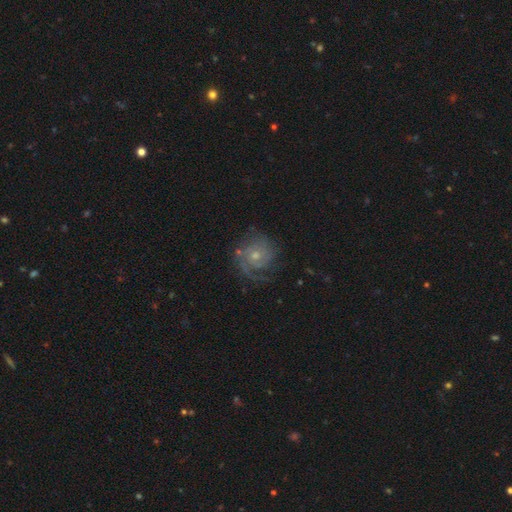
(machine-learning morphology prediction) Smooth or featured?
  - featured or disk: 80% *
  - smooth: 13%
  - star or artifact: 7%
Edge-on disk?
  - no: 98% *
  - yes: 2%
Bar?
  - no: 74% *
  - weak: 23%
  - strong: 3%
Spiral arms?
  - yes: 94% *
  - no: 6%
Spiral winding?
  - tight: 54% *
  - medium: 33%
  - loose: 13%
Spiral arm count?
  - 2: 34% *
  - can't tell: 24%
  - 1: 19%
  - 3: 15%
  - 4: 5%
  - more than 4: 4%
Bulge size?
  - small: 52% *
  - moderate: 43%
  - none: 2%
  - large: 2%
  - dominant: 1%
Merging?
  - none: 67% *
  - minor disturbance: 18%
  - major disturbance: 13%
  - merger: 2%